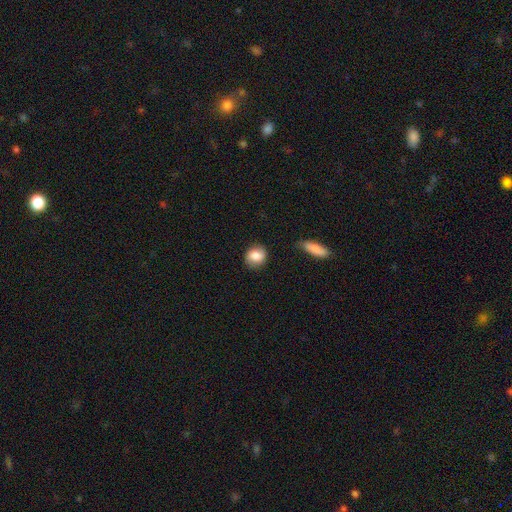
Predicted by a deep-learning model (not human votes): Q: Smooth or featured?
A: smooth (84%); runner-up: featured or disk (9%)
Q: How rounded?
A: round (72%); runner-up: in between (27%)
Q: Merging?
A: none (81%); runner-up: minor disturbance (13%)